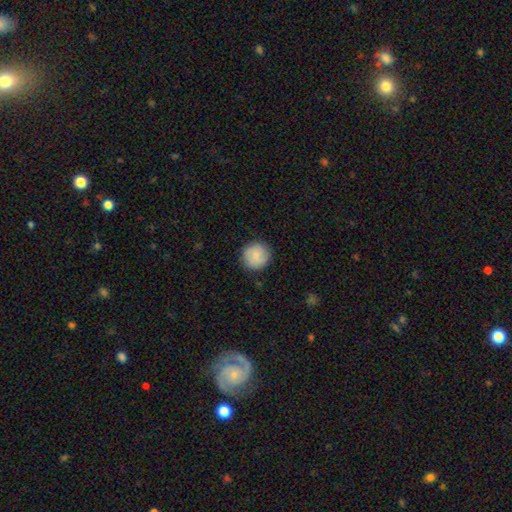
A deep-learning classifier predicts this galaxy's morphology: Smooth or featured?
  - smooth: 81% *
  - featured or disk: 13%
  - star or artifact: 6%
How rounded?
  - round: 94% *
  - in between: 5%
  - cigar-shaped: 1%
Merging?
  - none: 89% *
  - minor disturbance: 8%
  - major disturbance: 2%
  - merger: 1%